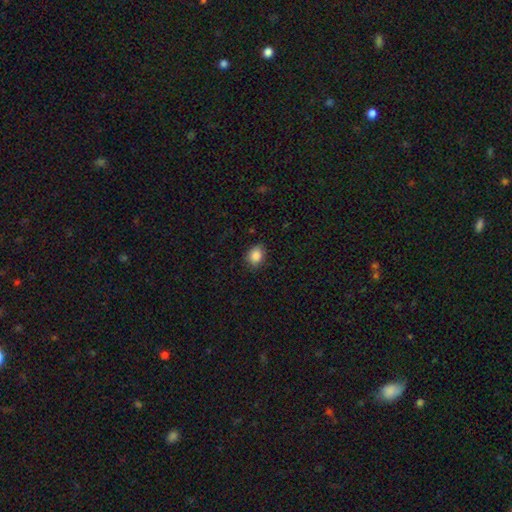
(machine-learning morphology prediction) Q: Smooth or featured?
A: smooth (87%); runner-up: star or artifact (9%)
Q: How rounded?
A: in between (58%); runner-up: round (41%)
Q: Merging?
A: none (81%); runner-up: minor disturbance (15%)